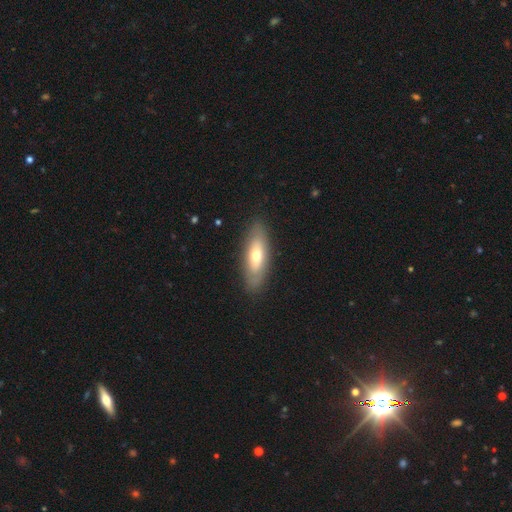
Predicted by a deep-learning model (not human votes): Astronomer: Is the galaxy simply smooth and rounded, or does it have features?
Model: smooth — 57% (runner-up: featured or disk, 37%).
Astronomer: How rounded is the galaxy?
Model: in between — 66%.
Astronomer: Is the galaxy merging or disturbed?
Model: none — 85%.